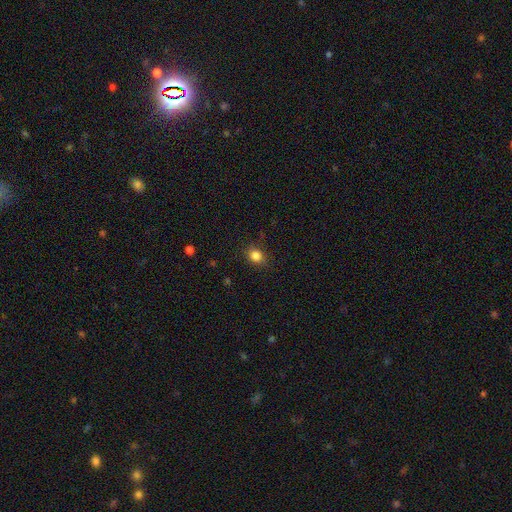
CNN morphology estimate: smooth 84%, star or artifact 12%, featured or disk 4%. Down the decision tree: how rounded — round (66%); merging — none (86%).